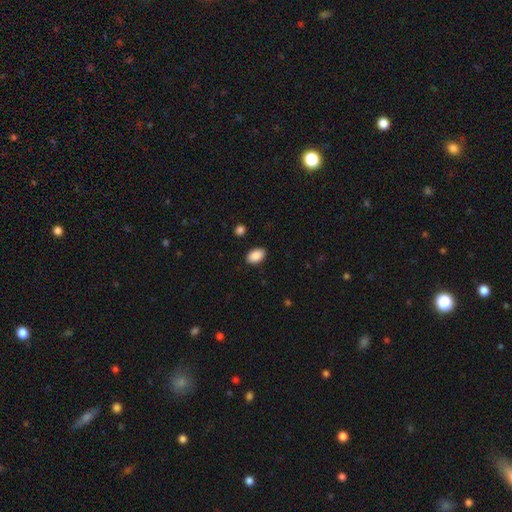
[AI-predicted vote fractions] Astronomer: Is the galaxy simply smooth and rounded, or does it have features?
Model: smooth — 90%.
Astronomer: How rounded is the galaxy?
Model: in between — 90%.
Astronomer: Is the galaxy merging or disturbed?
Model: none — 88%.